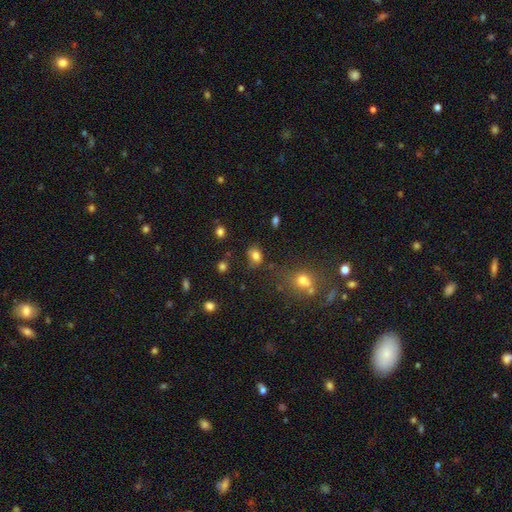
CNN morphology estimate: A smooth galaxy with no disk features (78%) that is in between round and cigar-shaped (66%).

Vote fractions:
- Smooth or featured? smooth: 78% / star or artifact: 14% / featured or disk: 8%
- How rounded? in between: 66% / round: 32% / cigar-shaped: 1%
- Merging? none: 61% / minor disturbance: 24% / major disturbance: 9% / merger: 7%